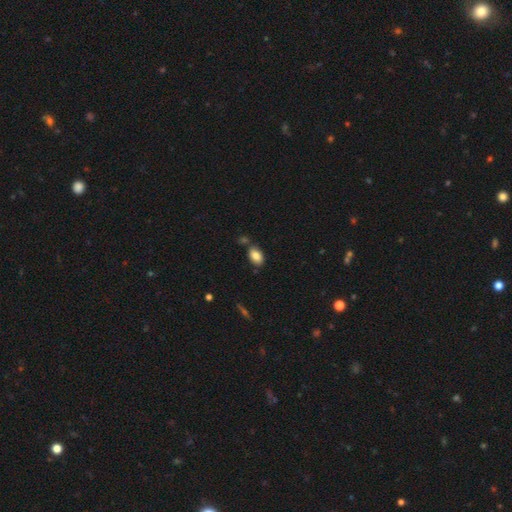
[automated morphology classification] smooth 85%, star or artifact 8%, featured or disk 7%. Down the decision tree: how rounded — in between (91%); merging — none (71%).